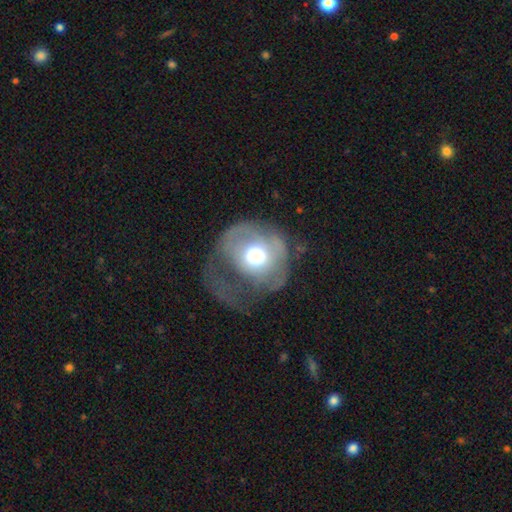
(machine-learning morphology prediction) A featured or disk galaxy (46%).

Vote fractions:
- Smooth or featured? featured or disk: 46% / smooth: 45% / star or artifact: 9%
- Merging? major disturbance: 57% / none: 21% / minor disturbance: 19% / merger: 2%